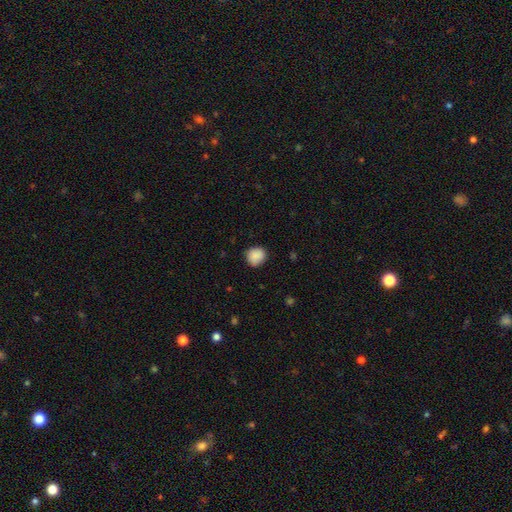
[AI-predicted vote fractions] Smooth or featured: smooth — 88% (star or artifact — 8%)
How rounded: round — 81% (in between — 18%)
Merging: none — 82% (minor disturbance — 14%)